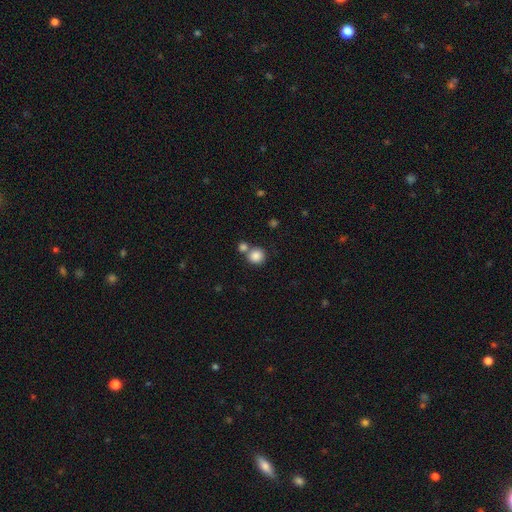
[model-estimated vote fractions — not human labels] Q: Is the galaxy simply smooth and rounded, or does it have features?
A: smooth — 86%.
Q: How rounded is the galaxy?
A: round — 88%.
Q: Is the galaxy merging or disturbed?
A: none — 58%.